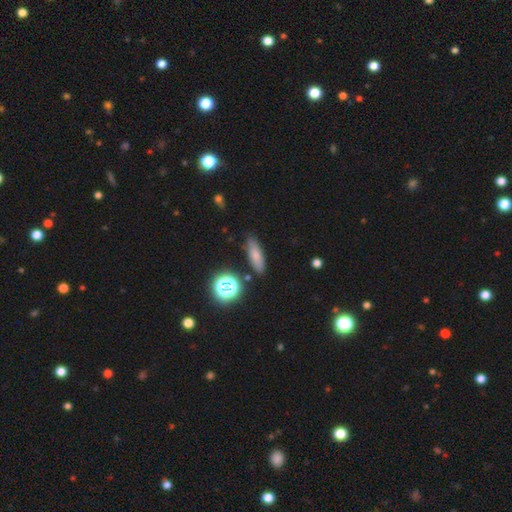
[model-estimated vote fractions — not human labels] A smooth galaxy with no disk features (73%) that is in between round and cigar-shaped (49%). Merging: none (84%).